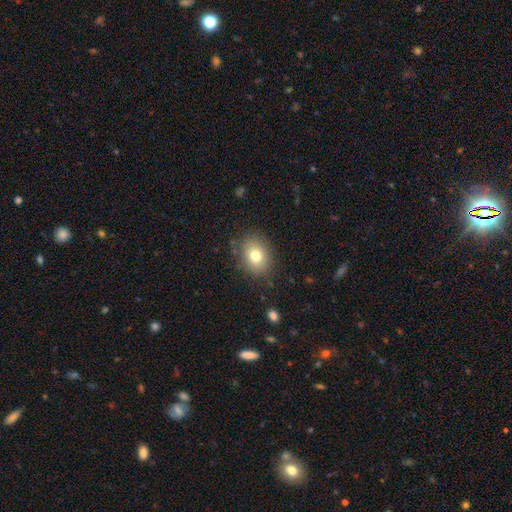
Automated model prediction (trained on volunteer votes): This appears to be a smooth galaxy with no disk features (77%) that is in between round and cigar-shaped (51%). Merging: none (85%).